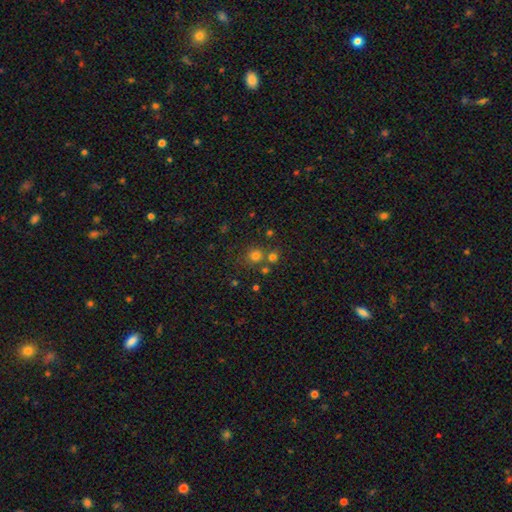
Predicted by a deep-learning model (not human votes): Smooth or featured: smooth — 71% (star or artifact — 21%)
How rounded: round — 86% (in between — 13%)
Merging: none — 61% (merger — 26%)